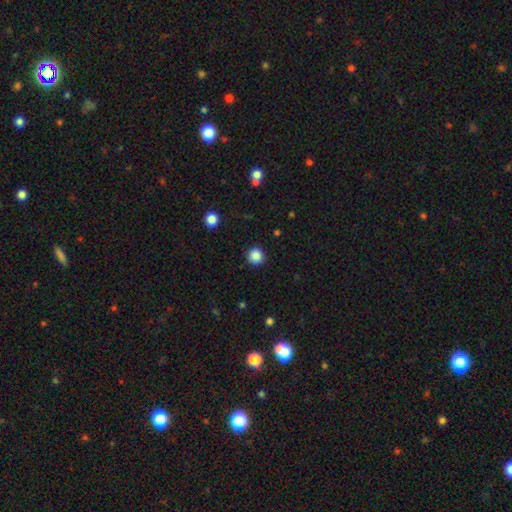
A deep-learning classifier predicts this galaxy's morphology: Smooth or featured? Predicted: smooth (p=0.87). How rounded? Predicted: round (p=0.94). Merging? Predicted: none (p=0.92).